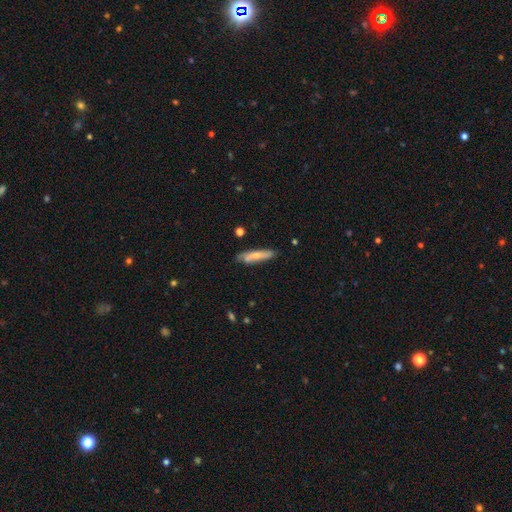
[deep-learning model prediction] smooth-or-featured: smooth: 65% | featured or disk: 29% | star or artifact: 6%
  how-rounded: cigar-shaped: 82% | in between: 16% | round: 2%
  merging: none: 71% | minor disturbance: 21% | merger: 4% | major disturbance: 4%